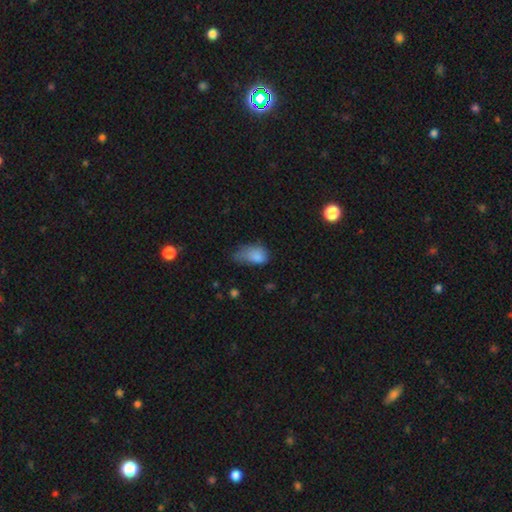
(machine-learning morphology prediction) This is likely a smooth galaxy (80%). How rounded: clearly in between (90%). Merging: marginally minor disturbance (42%).